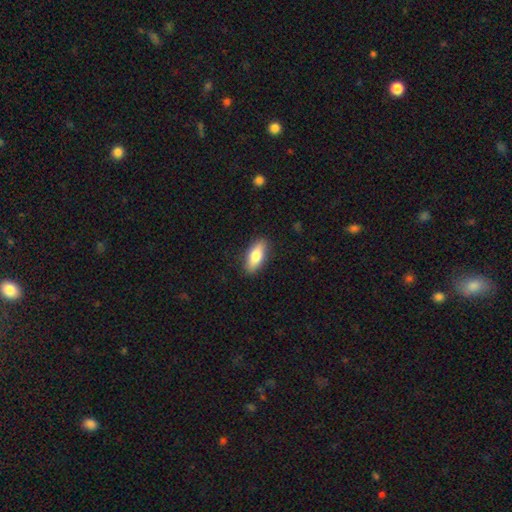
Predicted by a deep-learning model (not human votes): Overall: smooth (77%). How rounded: in between (76%). Merging: none (88%).